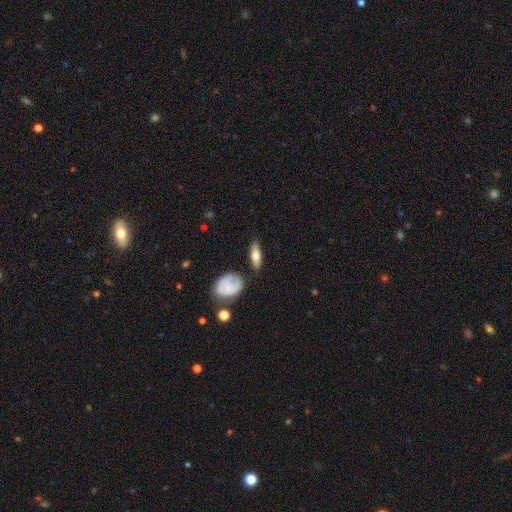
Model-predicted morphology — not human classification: Smooth or featured: smooth — 61% (featured or disk — 32%)
How rounded: in between — 56% (cigar-shaped — 40%)
Merging: none — 78% (minor disturbance — 14%)